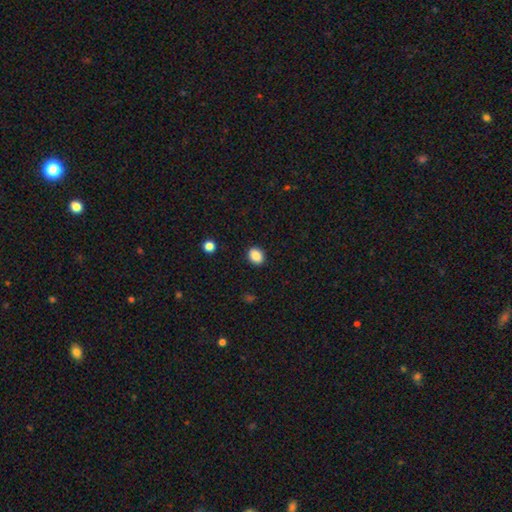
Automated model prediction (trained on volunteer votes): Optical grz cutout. It shows a smooth galaxy with no disk features (88%) that is in between round and cigar-shaped (59%). Merging: none (90%).